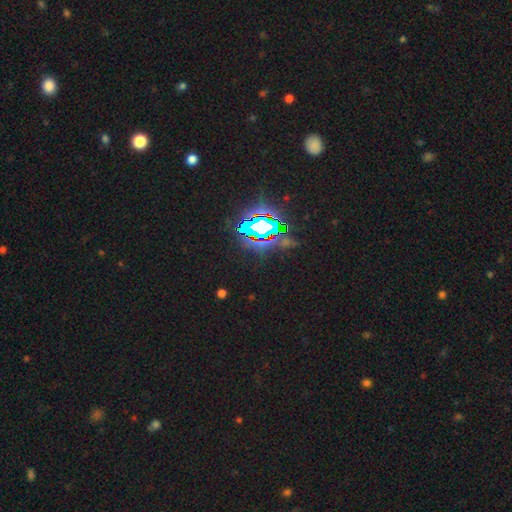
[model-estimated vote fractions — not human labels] Smooth or featured: star or artifact — 81% (smooth — 11%)